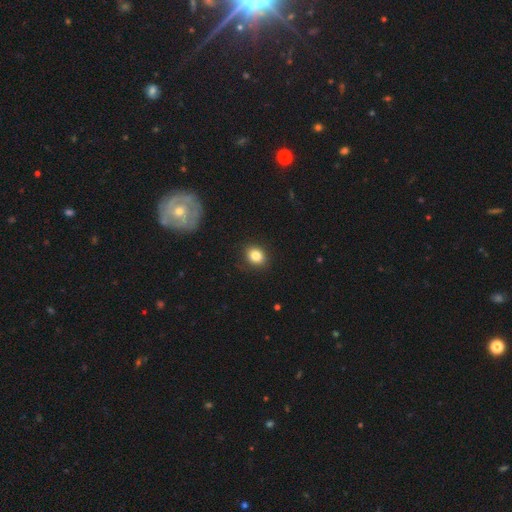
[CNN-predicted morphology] smooth-or-featured: smooth: 83% | star or artifact: 10% | featured or disk: 7%
  how-rounded: round: 56% | in between: 42% | cigar-shaped: 1%
  merging: none: 87% | minor disturbance: 10% | major disturbance: 2% | merger: 1%